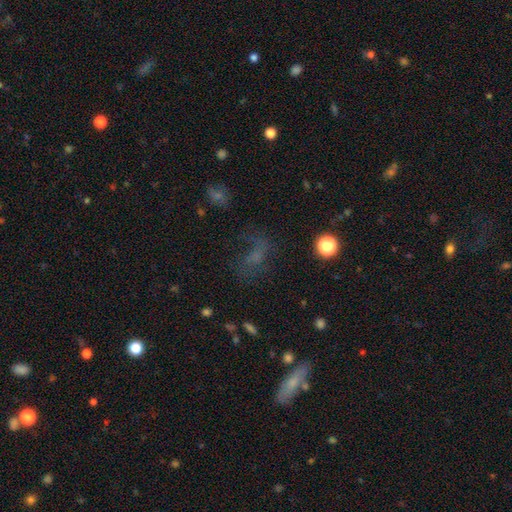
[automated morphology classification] smooth-or-featured: smooth: 40% | star or artifact: 33% | featured or disk: 27%
  merging: none: 50% | major disturbance: 27% | minor disturbance: 19% | merger: 4%